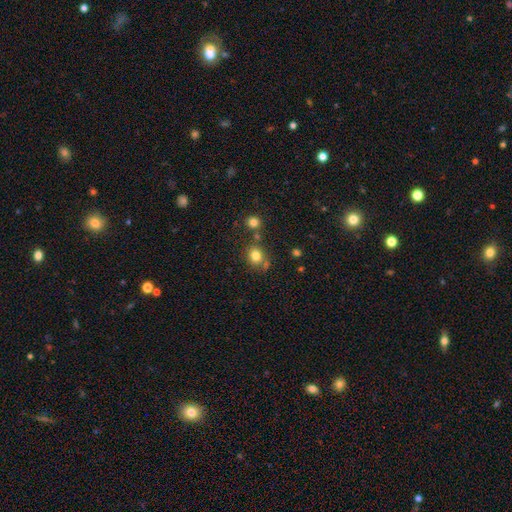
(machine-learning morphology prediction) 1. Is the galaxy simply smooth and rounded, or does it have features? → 80% smooth, 13% star or artifact, 8% featured or disk.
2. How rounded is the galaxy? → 66% round, 33% in between, 1% cigar-shaped.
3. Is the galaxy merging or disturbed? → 67% none, 15% merger, 14% minor disturbance, 5% major disturbance.